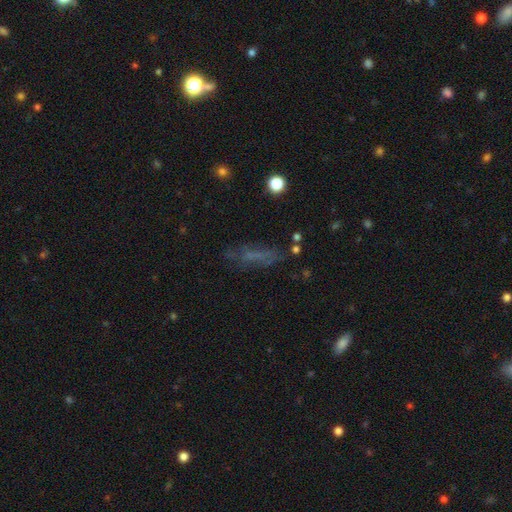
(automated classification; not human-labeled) This is possibly a smooth galaxy (47%). Merging: likely none (66%).